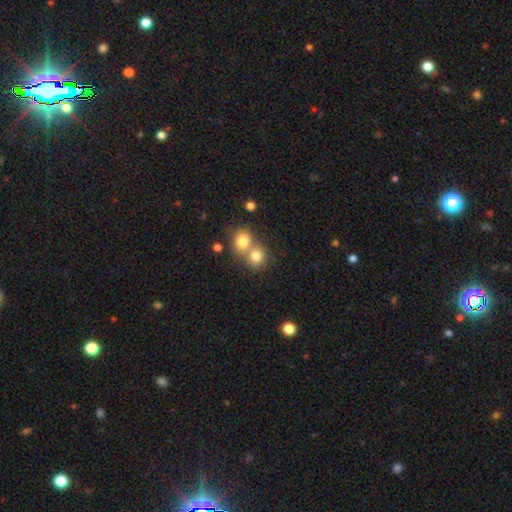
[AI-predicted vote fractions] The model was most divided on "merging": merger: 56%, none: 35%, minor disturbance: 6%, major disturbance: 3%. More confident: smooth or featured — smooth (78%); how rounded — round (78%).